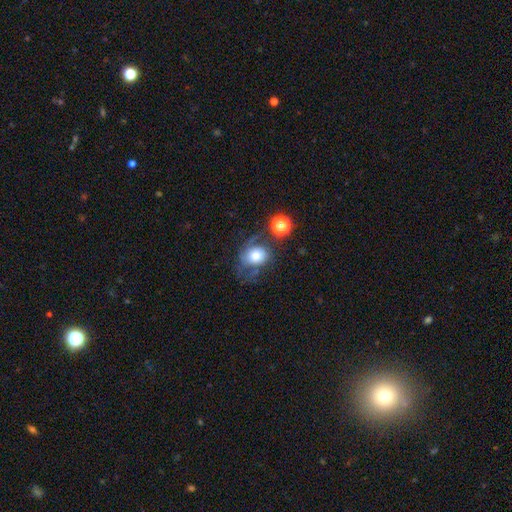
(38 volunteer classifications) Smooth or featured? smooth (53%)
How rounded? round (55%)
Merging? major disturbance (49%)